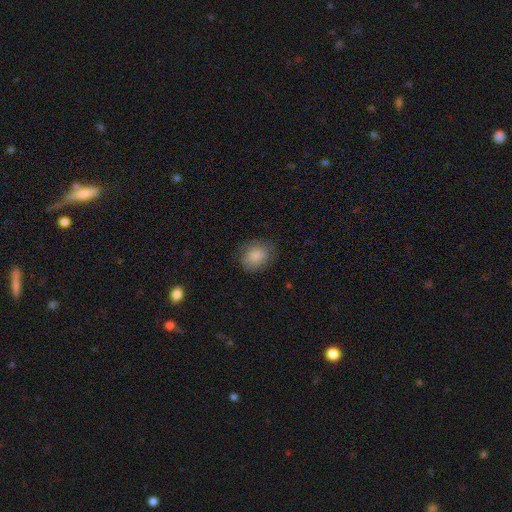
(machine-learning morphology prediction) This is clearly a smooth galaxy (83%). How rounded: possibly in between (55%). Merging: likely none (76%).